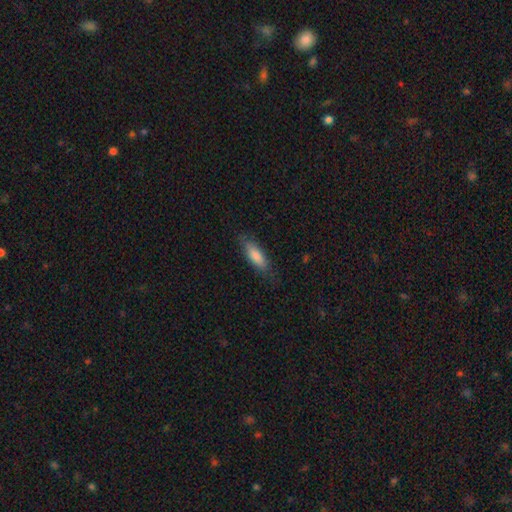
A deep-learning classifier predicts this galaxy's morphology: This is likely a smooth galaxy (78%). How rounded: possibly in between (50%). Merging: likely none (80%).